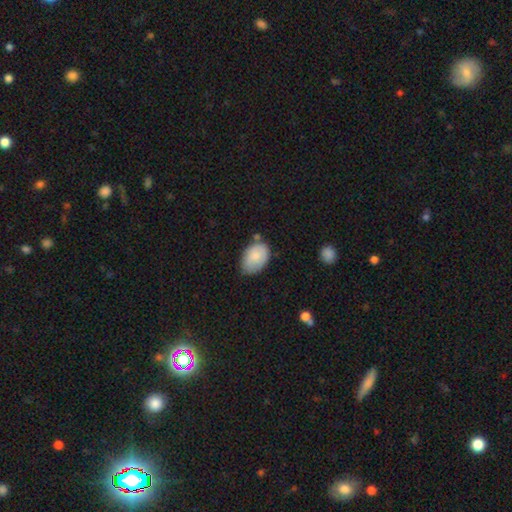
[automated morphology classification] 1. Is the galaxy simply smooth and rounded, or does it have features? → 83% smooth, 10% featured or disk, 7% star or artifact.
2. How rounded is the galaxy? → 87% in between, 12% round, 1% cigar-shaped.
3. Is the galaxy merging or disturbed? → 59% none, 30% minor disturbance, 6% merger, 6% major disturbance.